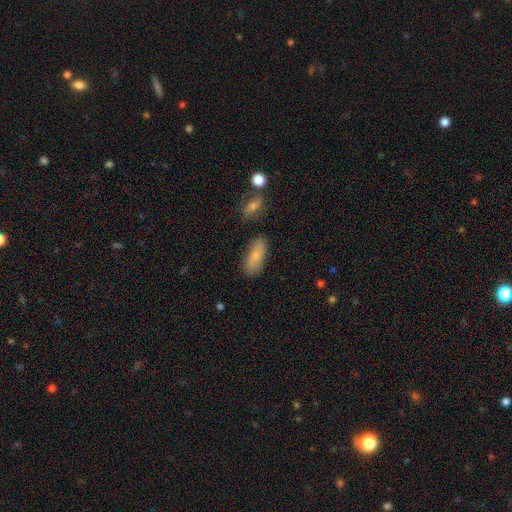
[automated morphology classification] smooth_or_featured: smooth (p=0.77) [alt: featured or disk p=0.16]
how_rounded: in between (p=0.78) [alt: cigar-shaped p=0.18]
merging: none (p=0.80) [alt: minor disturbance p=0.14]